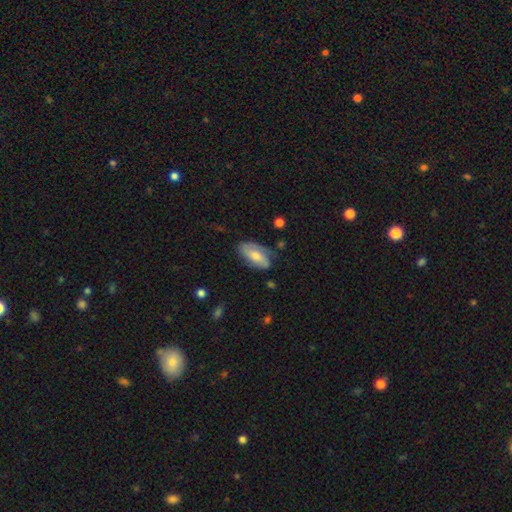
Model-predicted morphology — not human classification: Smooth or featured? smooth (51%)
How rounded? in between (89%)
Merging? none (67%)